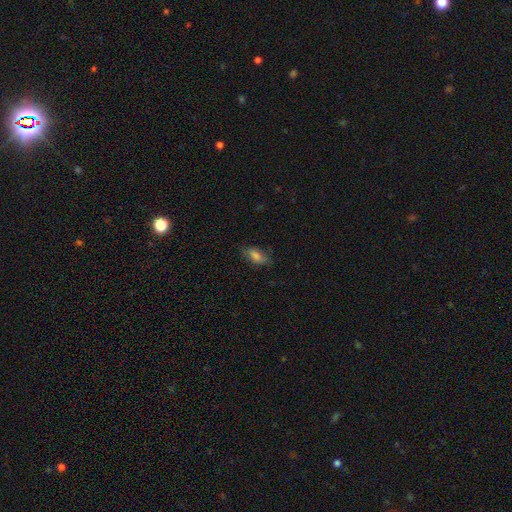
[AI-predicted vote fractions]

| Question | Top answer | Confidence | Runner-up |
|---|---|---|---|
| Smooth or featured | smooth | 71% | featured or disk (18%) |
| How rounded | in between | 81% | cigar-shaped (15%) |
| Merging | none | 74% | minor disturbance (20%) |